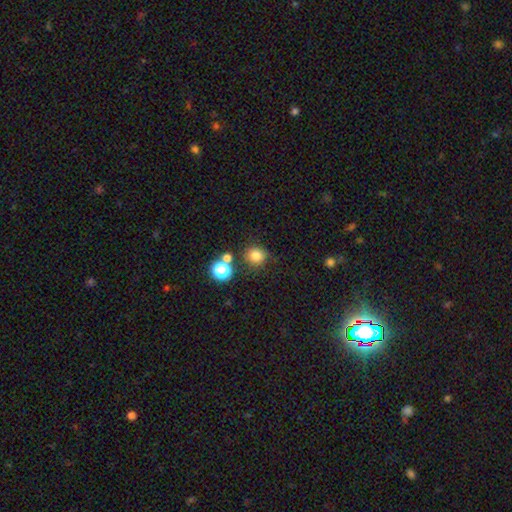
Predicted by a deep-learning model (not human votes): Smooth or featured?
  - smooth: 79% *
  - star or artifact: 15%
  - featured or disk: 6%
How rounded?
  - round: 87% *
  - in between: 12%
  - cigar-shaped: 1%
Merging?
  - none: 77% *
  - minor disturbance: 11%
  - merger: 8%
  - major disturbance: 4%